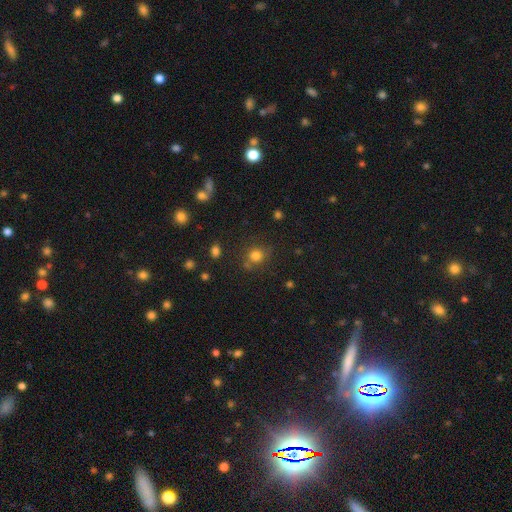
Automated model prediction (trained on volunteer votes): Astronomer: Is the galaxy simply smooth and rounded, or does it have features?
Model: smooth — 78%.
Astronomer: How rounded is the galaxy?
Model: round — 81%.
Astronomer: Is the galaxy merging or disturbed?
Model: none — 71%.